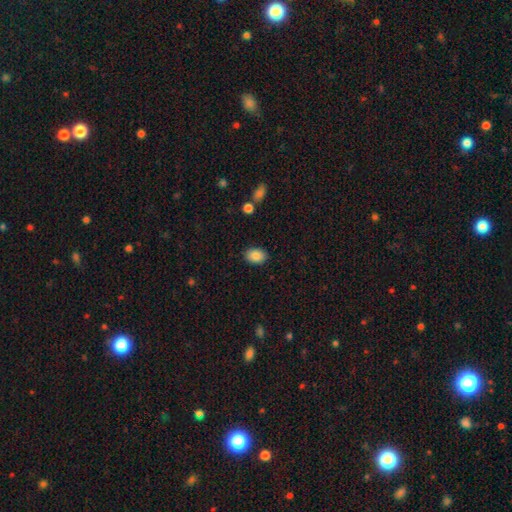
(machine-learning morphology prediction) Smooth or featured? smooth (87%)
How rounded? in between (81%)
Merging? none (87%)